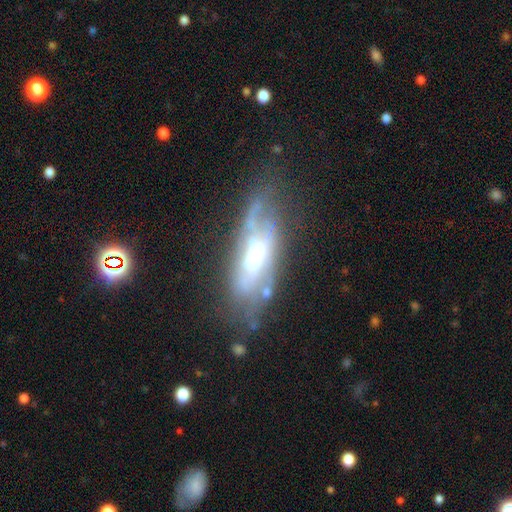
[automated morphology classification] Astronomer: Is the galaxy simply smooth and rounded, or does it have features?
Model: featured or disk — 74%.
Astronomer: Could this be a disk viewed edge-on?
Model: no — 75%.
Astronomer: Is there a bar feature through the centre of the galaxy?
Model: weak — 40% (runner-up: no, 38%).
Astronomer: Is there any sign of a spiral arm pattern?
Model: yes — 74%.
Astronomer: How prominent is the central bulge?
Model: moderate — 55%.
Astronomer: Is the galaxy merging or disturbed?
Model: none — 52%.